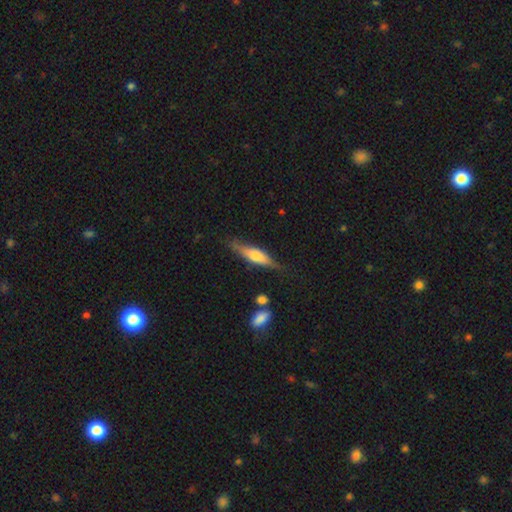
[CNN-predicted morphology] smooth_or_featured: featured or disk (p=0.50) [alt: smooth p=0.44]
merging: none (p=0.74) [alt: minor disturbance p=0.18]